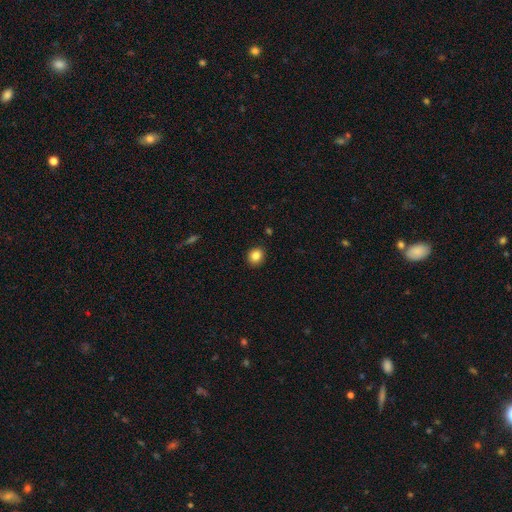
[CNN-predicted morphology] A smooth galaxy with no disk features (85%) that is round (84%).

Vote fractions:
- Smooth or featured? smooth: 85% / star or artifact: 10% / featured or disk: 5%
- How rounded? round: 84% / in between: 15% / cigar-shaped: 1%
- Merging? none: 91% / minor disturbance: 6% / major disturbance: 2% / merger: 1%